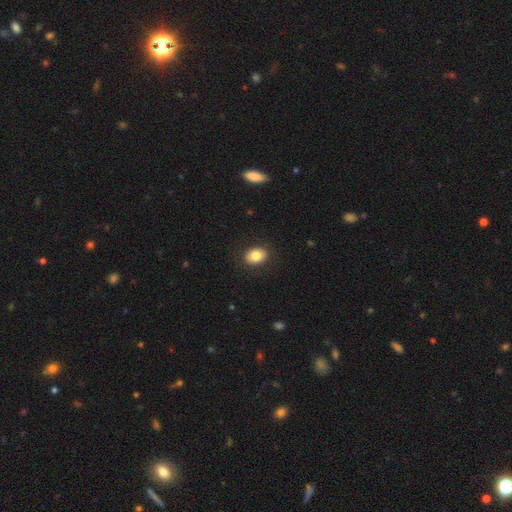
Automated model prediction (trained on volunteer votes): A smooth galaxy with no disk features (81%) that is in between round and cigar-shaped (70%).

Vote fractions:
- Smooth or featured? smooth: 81% / featured or disk: 10% / star or artifact: 8%
- How rounded? in between: 70% / round: 29% / cigar-shaped: 1%
- Merging? none: 88% / minor disturbance: 8% / major disturbance: 3% / merger: 1%